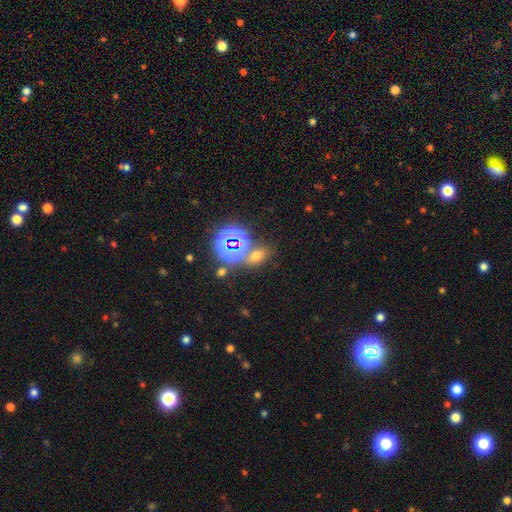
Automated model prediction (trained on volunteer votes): Overall: smooth (53%; star or artifact 39%). How rounded: in between (66%; round 31%). Merging: none (67%).